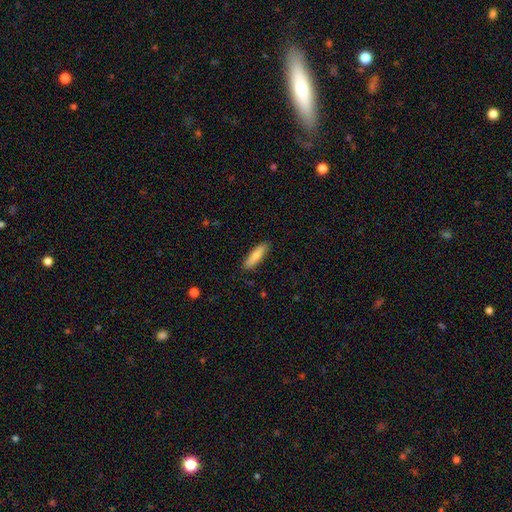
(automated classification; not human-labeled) Morphology: type=smooth (80%); roundness=cigar-shaped (71%); merging=none (88%).